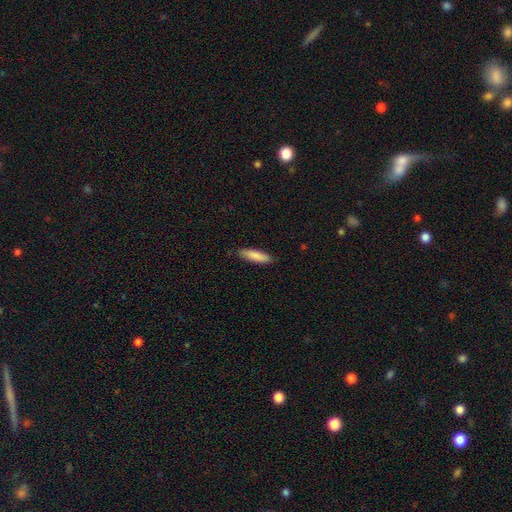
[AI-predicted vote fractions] Smooth or featured? Predicted: smooth (p=0.87). How rounded? Predicted: cigar-shaped (p=0.61). Merging? Predicted: none (p=0.86).